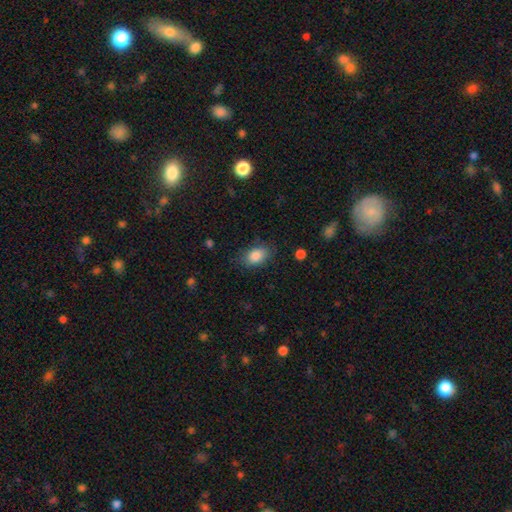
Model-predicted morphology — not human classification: smooth-or-featured: smooth: 86% | star or artifact: 8% | featured or disk: 7%
  how-rounded: in between: 86% | round: 12% | cigar-shaped: 2%
  merging: none: 80% | minor disturbance: 15% | major disturbance: 4% | merger: 1%